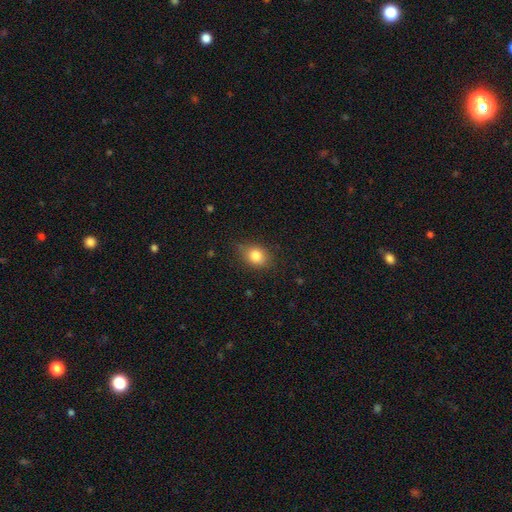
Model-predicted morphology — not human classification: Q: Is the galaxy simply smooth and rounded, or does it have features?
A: smooth — 82%.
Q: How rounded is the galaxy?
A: in between — 55%.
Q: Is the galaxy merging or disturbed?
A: none — 76%.